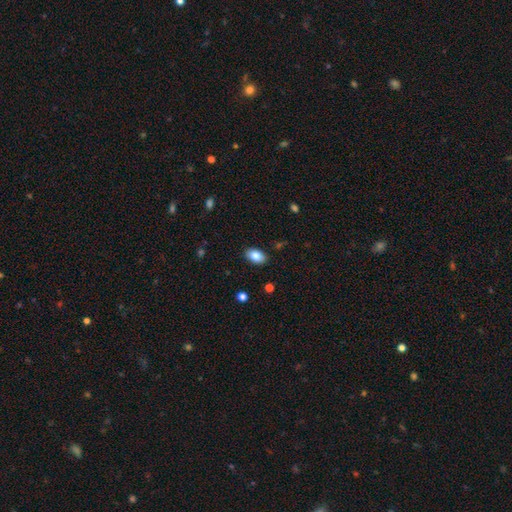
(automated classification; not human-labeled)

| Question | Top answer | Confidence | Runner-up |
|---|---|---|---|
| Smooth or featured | smooth | 85% | star or artifact (8%) |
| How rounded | in between | 91% | round (7%) |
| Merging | none | 88% | minor disturbance (9%) |